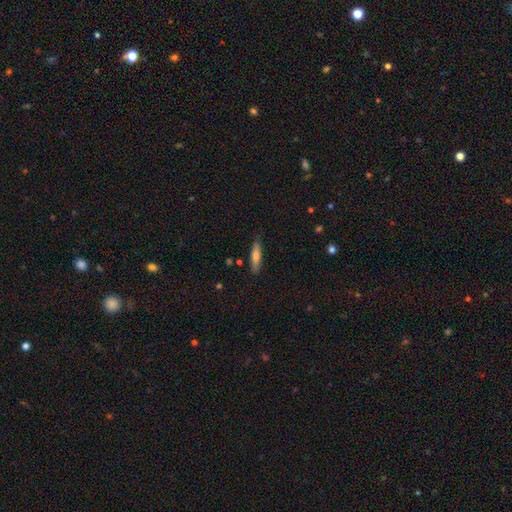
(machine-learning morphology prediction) This appears to be a smooth galaxy with no disk features (65%) that is cigar-shaped (80%). Merging: none (83%).